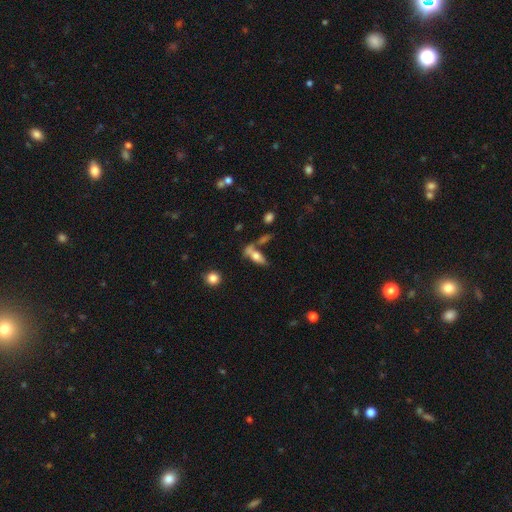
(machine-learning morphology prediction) Smooth or featured? Predicted: smooth (p=0.62). How rounded? Predicted: in between (p=0.61). Merging? Predicted: none (p=0.45).